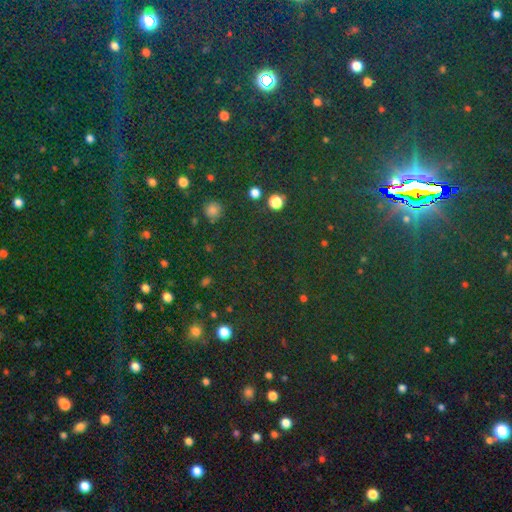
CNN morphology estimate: Smooth or featured: star or artifact — 82% (smooth — 11%)